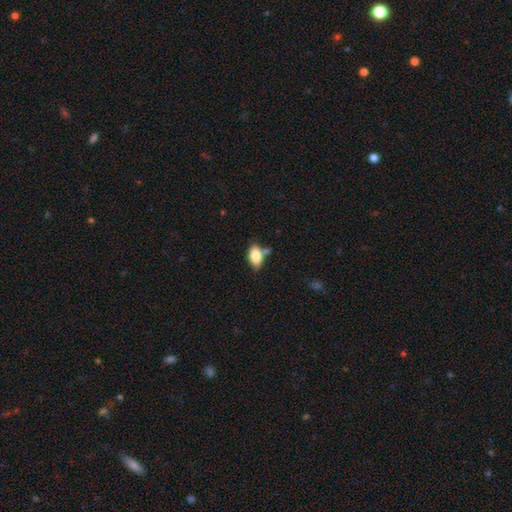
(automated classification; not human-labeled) Smooth or featured? Predicted: smooth (p=0.83). How rounded? Predicted: in between (p=0.90). Merging? Predicted: none (p=0.63).